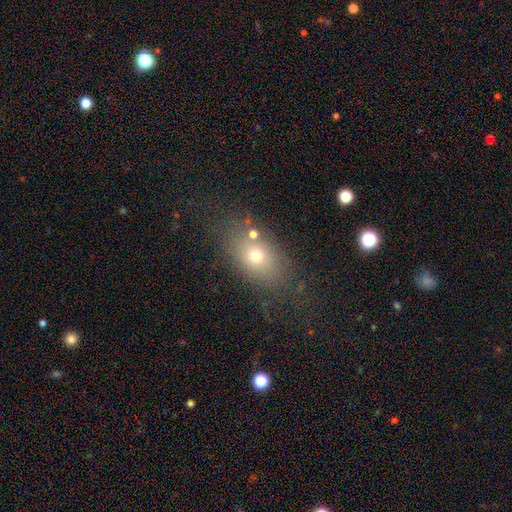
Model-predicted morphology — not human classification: Overall: smooth (67%). How rounded: in between (74%). Merging: none (72%).